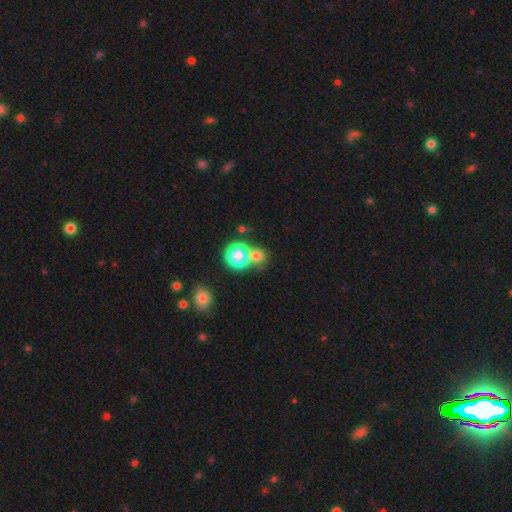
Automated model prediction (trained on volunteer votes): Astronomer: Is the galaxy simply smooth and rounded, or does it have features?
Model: smooth — 53% (runner-up: star or artifact, 40%).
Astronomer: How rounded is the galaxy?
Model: round — 75%.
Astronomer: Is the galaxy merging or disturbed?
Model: none — 61%.